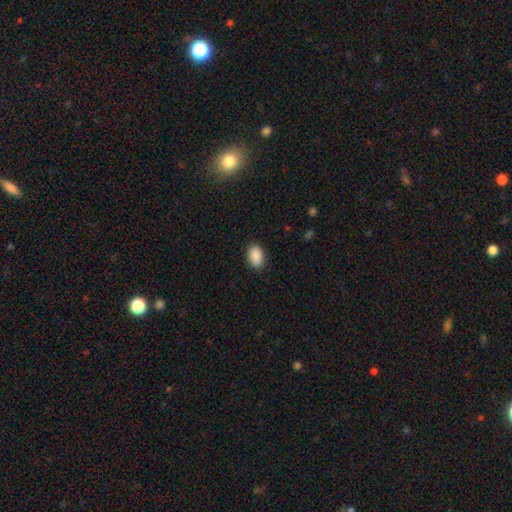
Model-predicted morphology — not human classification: Q: Smooth or featured?
A: smooth (90%); runner-up: star or artifact (7%)
Q: How rounded?
A: in between (86%); runner-up: round (13%)
Q: Merging?
A: none (87%); runner-up: minor disturbance (10%)